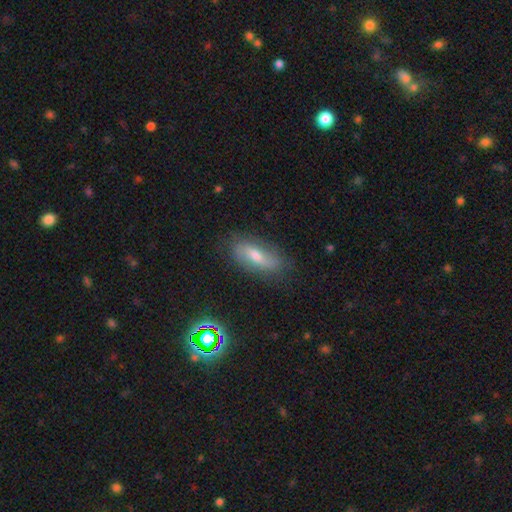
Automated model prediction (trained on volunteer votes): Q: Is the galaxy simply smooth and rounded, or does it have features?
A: smooth — 45%.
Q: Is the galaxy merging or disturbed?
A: none — 75%.